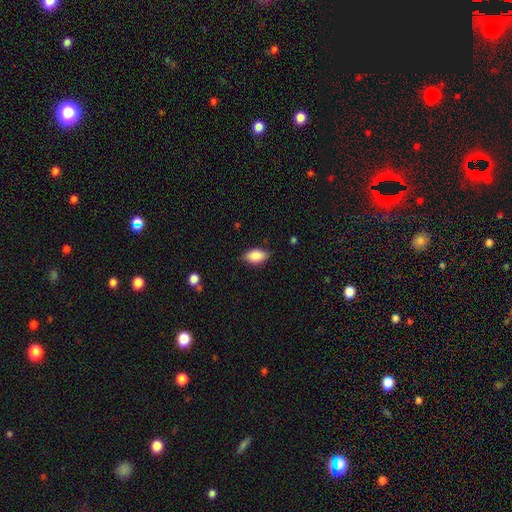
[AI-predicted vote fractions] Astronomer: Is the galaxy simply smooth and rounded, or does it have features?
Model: smooth — 86%.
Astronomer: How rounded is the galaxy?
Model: in between — 91%.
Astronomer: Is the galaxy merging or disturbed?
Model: none — 79%.